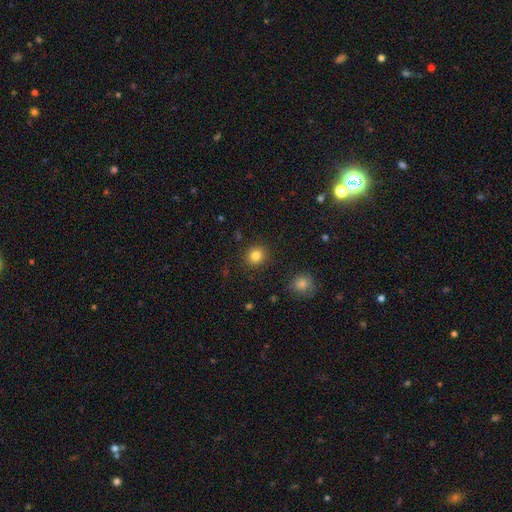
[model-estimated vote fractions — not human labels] smooth-or-featured: smooth: 83% | star or artifact: 11% | featured or disk: 6%
  how-rounded: round: 83% | in between: 16% | cigar-shaped: 1%
  merging: none: 90% | minor disturbance: 7% | major disturbance: 2% | merger: 2%